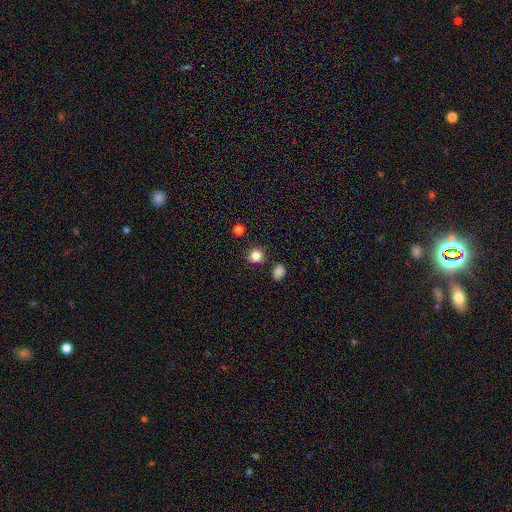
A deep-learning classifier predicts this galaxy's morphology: Smooth or featured?
  - smooth: 83% *
  - star or artifact: 12%
  - featured or disk: 5%
How rounded?
  - round: 86% *
  - in between: 13%
  - cigar-shaped: 1%
Merging?
  - none: 86% *
  - minor disturbance: 8%
  - merger: 4%
  - major disturbance: 2%